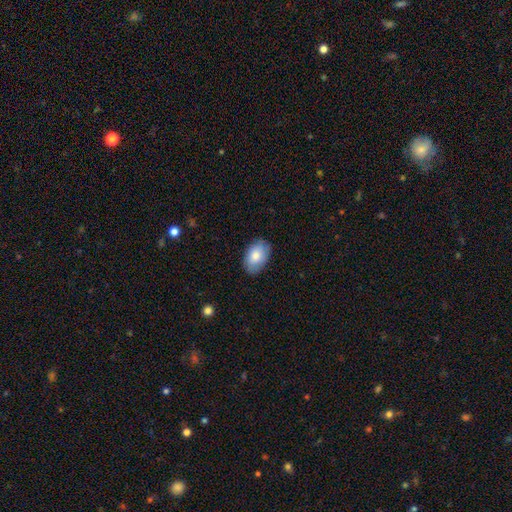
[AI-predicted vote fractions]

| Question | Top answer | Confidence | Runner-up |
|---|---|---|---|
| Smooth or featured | smooth | 81% | featured or disk (12%) |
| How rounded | in between | 92% | round (7%) |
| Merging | none | 83% | minor disturbance (13%) |